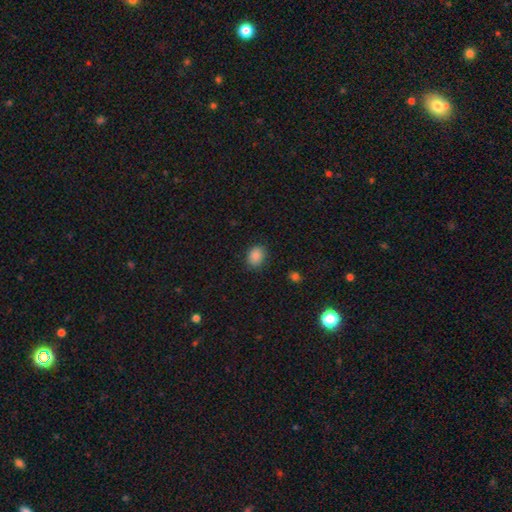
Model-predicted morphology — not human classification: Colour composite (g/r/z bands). It shows a smooth galaxy with no disk features (87%) that is in between round and cigar-shaped (55%). Merging: none (84%).